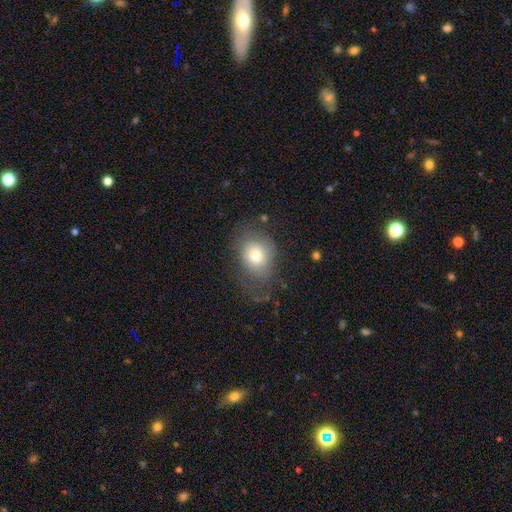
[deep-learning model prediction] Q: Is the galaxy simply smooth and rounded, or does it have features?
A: smooth — 73%.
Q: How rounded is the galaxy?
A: round — 50%.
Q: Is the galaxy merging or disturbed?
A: none — 58%.